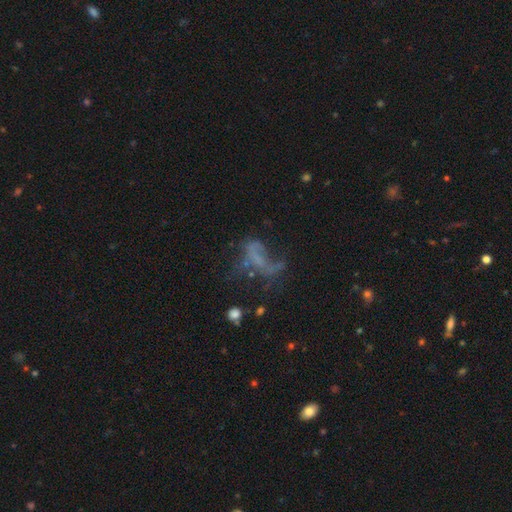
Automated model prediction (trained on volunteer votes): Smooth or featured?
  - featured or disk: 49% *
  - smooth: 26%
  - star or artifact: 25%
Merging?
  - major disturbance: 47% *
  - none: 29%
  - minor disturbance: 15%
  - merger: 10%